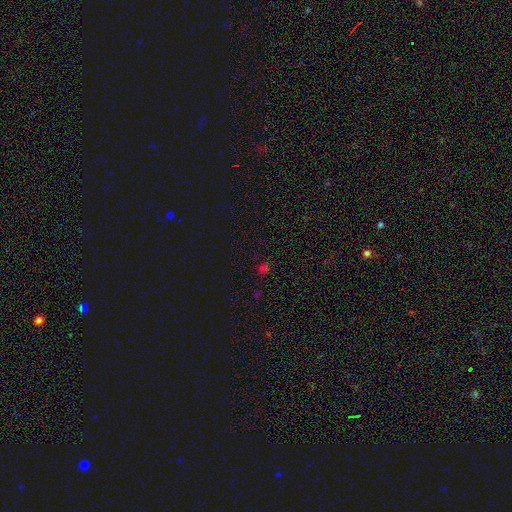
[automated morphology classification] star or artifact 49%, smooth 45%, featured or disk 6%.